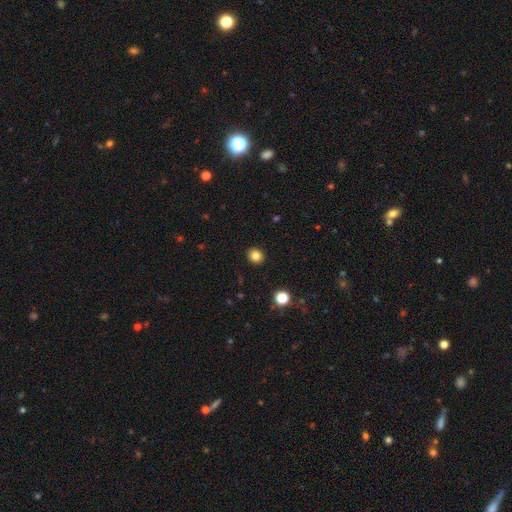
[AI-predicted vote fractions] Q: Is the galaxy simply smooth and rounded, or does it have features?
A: smooth — 83%.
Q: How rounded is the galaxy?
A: round — 81%.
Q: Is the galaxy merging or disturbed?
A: none — 92%.